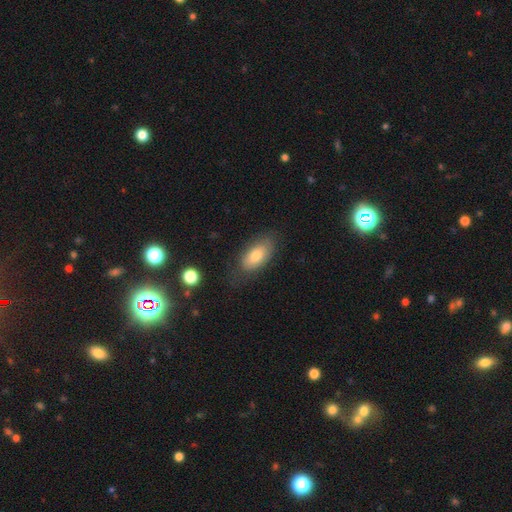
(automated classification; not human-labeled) Smooth or featured: smooth — 75% (featured or disk — 18%)
How rounded: in between — 91% (cigar-shaped — 5%)
Merging: none — 68% (minor disturbance — 22%)